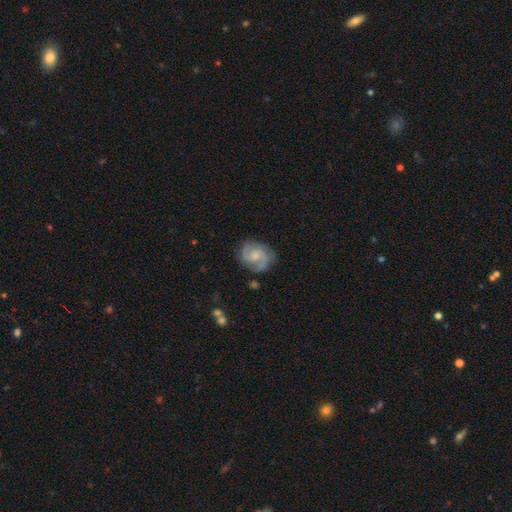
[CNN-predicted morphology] The model was most divided on "bulge size": small: 43%, moderate: 39%, none: 13%, large: 4%, dominant: 1%. More confident: edge-on disk — no (98%); spiral arms — yes (94%); merging — none (73%); smooth or featured — featured or disk (73%); spiral arm count — 2 (72%); bar — no (54%); spiral winding — medium (51%).